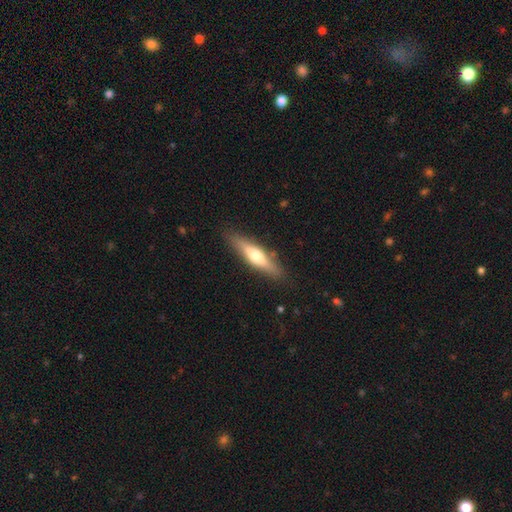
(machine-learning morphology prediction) A smooth galaxy with no disk features (47%, tied with featured or disk). Merging: none (85%).